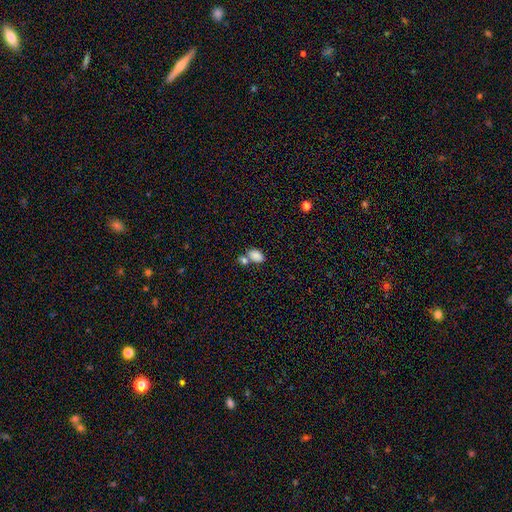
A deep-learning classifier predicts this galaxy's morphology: smooth-or-featured: smooth: 85% | star or artifact: 9% | featured or disk: 7%
  how-rounded: in between: 90% | round: 9% | cigar-shaped: 2%
  merging: merger: 43% | none: 42% | minor disturbance: 11% | major disturbance: 5%